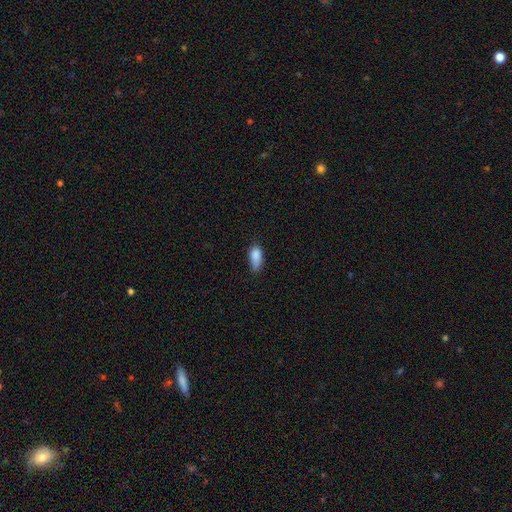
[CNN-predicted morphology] type=smooth (87%); roundness=in between (88%); merging=none (58%).